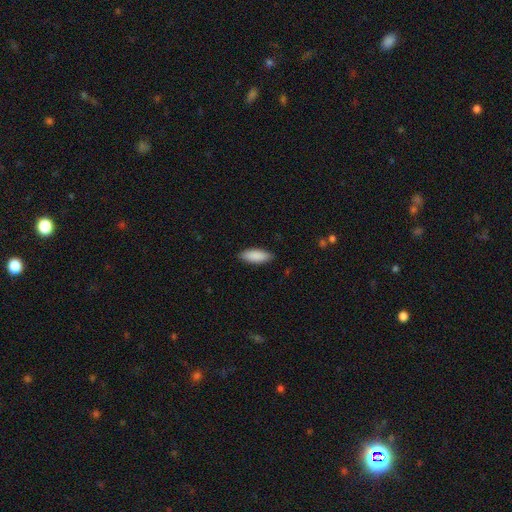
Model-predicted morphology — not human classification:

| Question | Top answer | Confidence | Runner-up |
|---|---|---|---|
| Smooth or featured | smooth | 89% | star or artifact (6%) |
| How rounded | in between | 73% | cigar-shaped (26%) |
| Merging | none | 87% | minor disturbance (10%) |